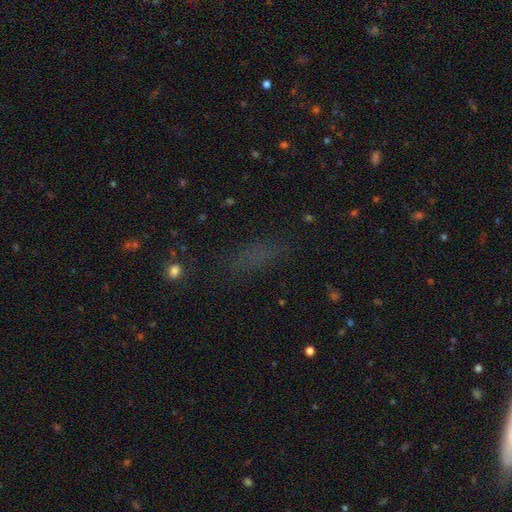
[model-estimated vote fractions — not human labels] Smooth or featured? smooth (52%)
How rounded? in between (53%)
Merging? none (74%)